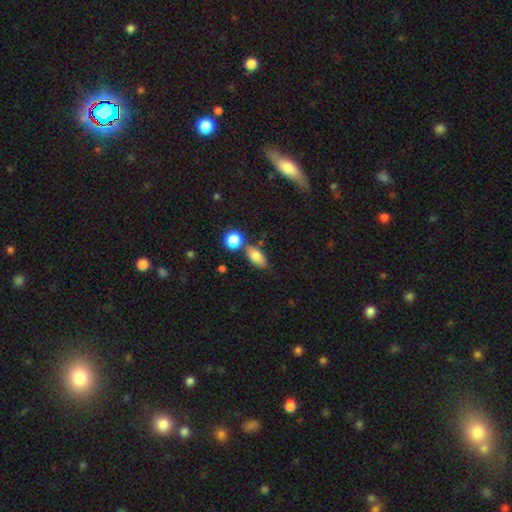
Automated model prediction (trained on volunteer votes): The model was most divided on "merging": none: 63%, minor disturbance: 17%, merger: 15%, major disturbance: 5%. More confident: how rounded — in between (82%); smooth or featured — smooth (80%).